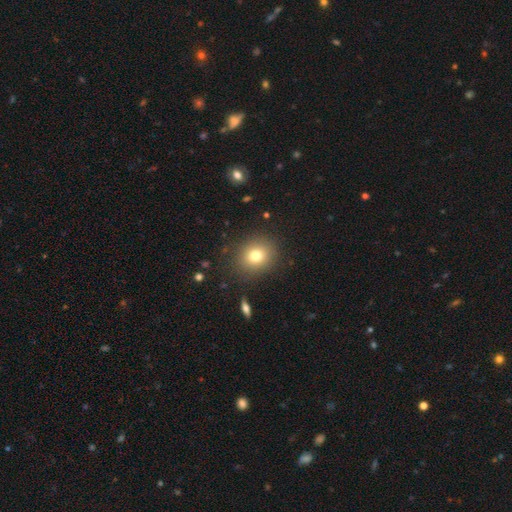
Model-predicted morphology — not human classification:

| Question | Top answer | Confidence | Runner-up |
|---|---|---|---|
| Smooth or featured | smooth | 76% | star or artifact (13%) |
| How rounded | round | 72% | in between (27%) |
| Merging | none | 86% | minor disturbance (9%) |